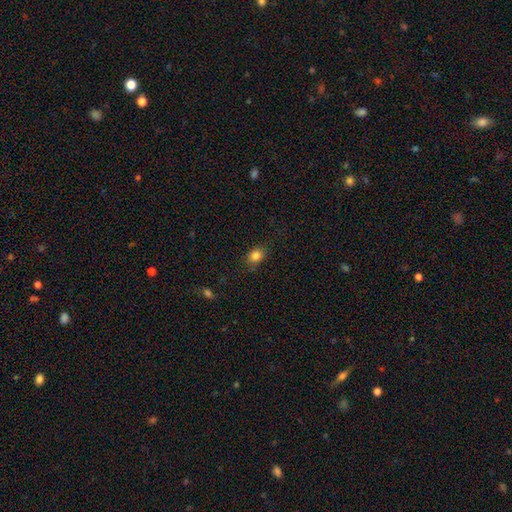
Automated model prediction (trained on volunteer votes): This appears to be a smooth galaxy with no disk features (83%) that is in between round and cigar-shaped (54%). Merging: none (80%).